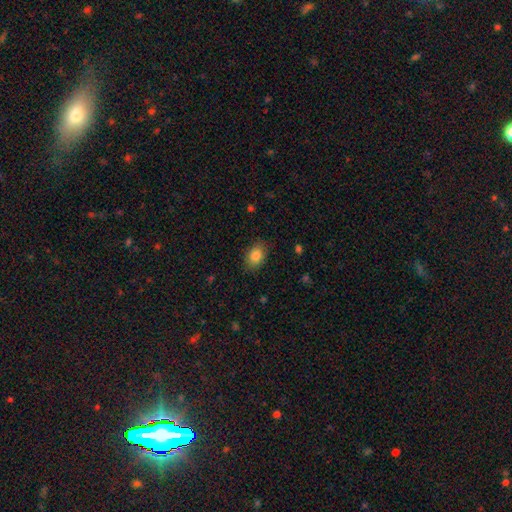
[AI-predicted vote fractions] smooth-or-featured: smooth: 85% | star or artifact: 8% | featured or disk: 7%
  how-rounded: in between: 79% | round: 19% | cigar-shaped: 1%
  merging: none: 84% | minor disturbance: 12% | major disturbance: 3% | merger: 1%